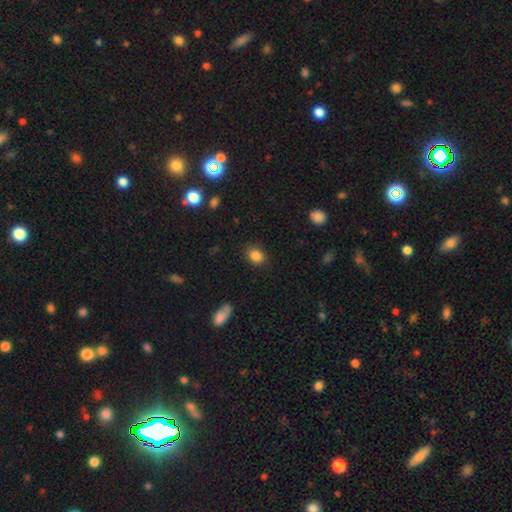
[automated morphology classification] smooth-or-featured: smooth: 86% | star or artifact: 10% | featured or disk: 4%
  how-rounded: in between: 58% | round: 41% | cigar-shaped: 1%
  merging: none: 85% | minor disturbance: 11% | major disturbance: 3% | merger: 1%